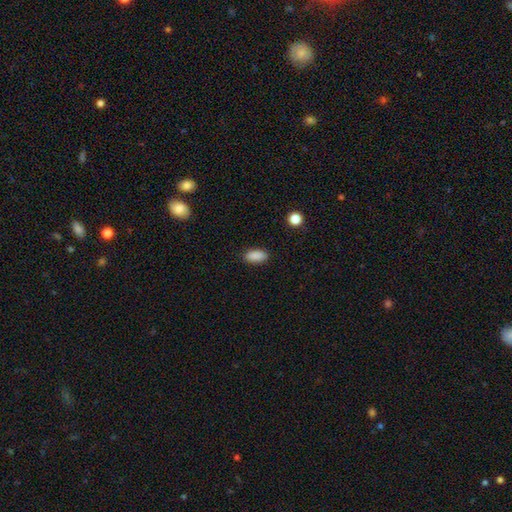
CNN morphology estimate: The model was most divided on "merging": none: 88%, minor disturbance: 9%, major disturbance: 2%, merger: 1%. More confident: how rounded — in between (91%); smooth or featured — smooth (89%).